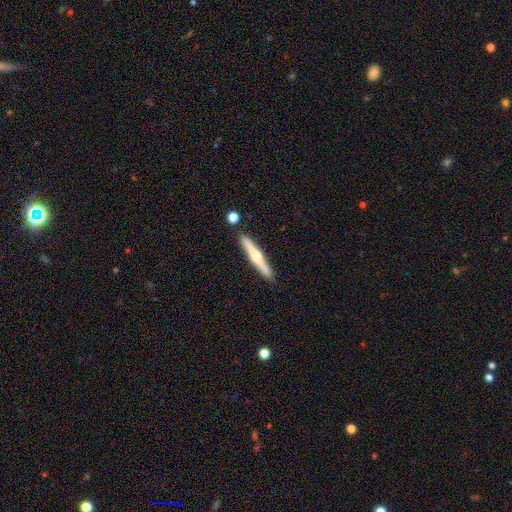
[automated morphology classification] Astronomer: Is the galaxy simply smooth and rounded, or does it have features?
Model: featured or disk — 63%.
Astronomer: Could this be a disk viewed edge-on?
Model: yes — 97%.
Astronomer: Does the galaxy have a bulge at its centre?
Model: rounded — 89%.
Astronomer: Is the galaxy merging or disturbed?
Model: none — 87%.